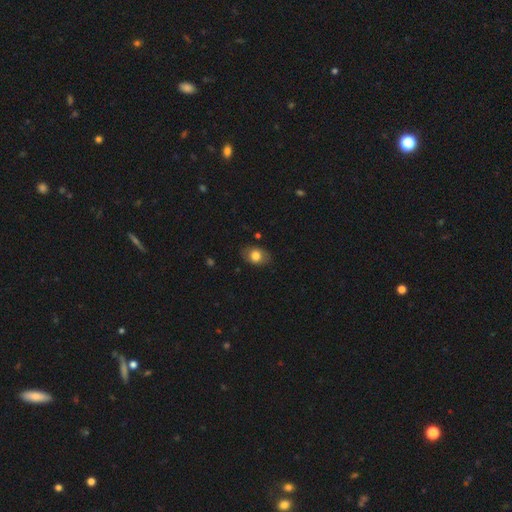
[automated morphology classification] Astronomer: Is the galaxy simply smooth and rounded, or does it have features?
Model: smooth — 78%.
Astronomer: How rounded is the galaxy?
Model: in between — 73%.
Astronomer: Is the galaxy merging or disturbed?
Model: none — 80%.